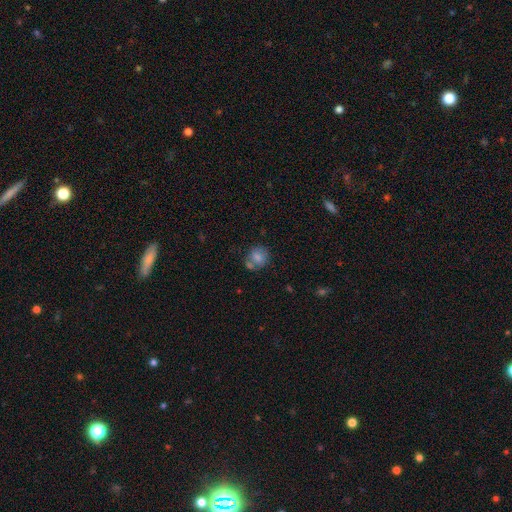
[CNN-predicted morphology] smooth-or-featured: smooth: 69% | star or artifact: 16% | featured or disk: 15%
  how-rounded: round: 80% | in between: 19% | cigar-shaped: 1%
  merging: none: 67% | merger: 16% | minor disturbance: 13% | major disturbance: 4%